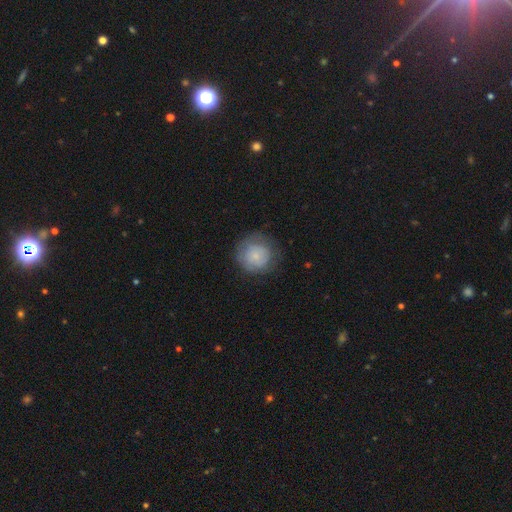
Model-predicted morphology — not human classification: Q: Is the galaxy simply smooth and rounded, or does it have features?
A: smooth — 73%.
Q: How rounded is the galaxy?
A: round — 93%.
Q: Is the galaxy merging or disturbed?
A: none — 70%.